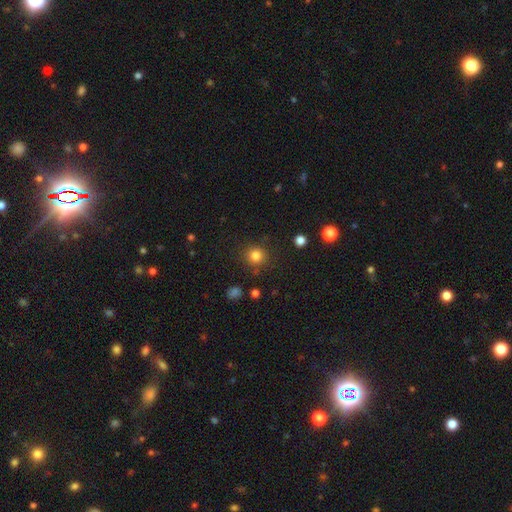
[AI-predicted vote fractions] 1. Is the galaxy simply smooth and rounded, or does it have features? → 81% smooth, 13% star or artifact, 5% featured or disk.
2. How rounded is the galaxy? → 92% round, 7% in between, 1% cigar-shaped.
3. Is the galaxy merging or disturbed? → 87% none, 8% minor disturbance, 3% major disturbance, 2% merger.